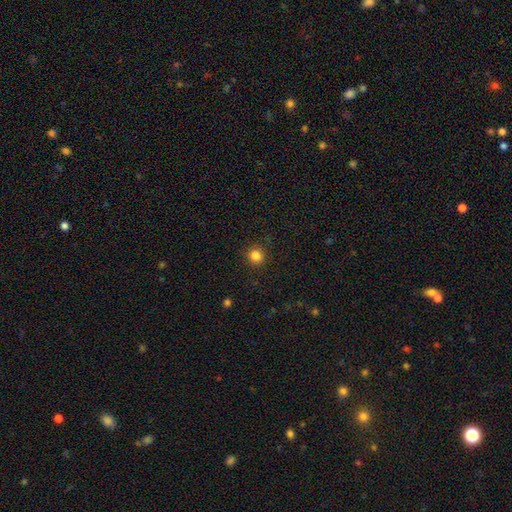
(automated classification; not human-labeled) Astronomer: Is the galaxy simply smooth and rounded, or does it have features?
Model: smooth — 84%.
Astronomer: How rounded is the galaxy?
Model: round — 89%.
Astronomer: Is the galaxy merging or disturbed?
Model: none — 90%.